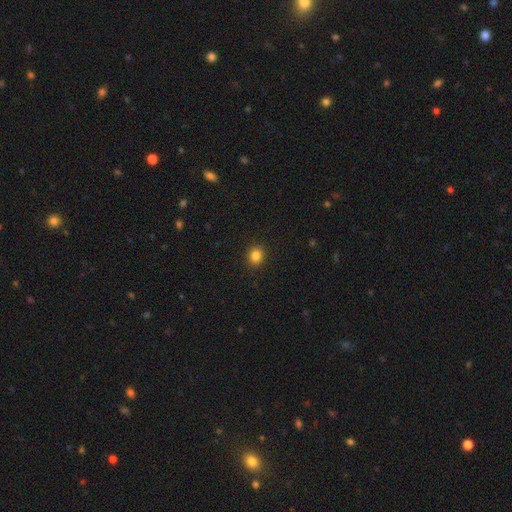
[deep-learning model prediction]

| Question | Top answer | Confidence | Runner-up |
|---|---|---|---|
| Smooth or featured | smooth | 84% | star or artifact (12%) |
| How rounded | round | 74% | in between (25%) |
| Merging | none | 91% | minor disturbance (6%) |